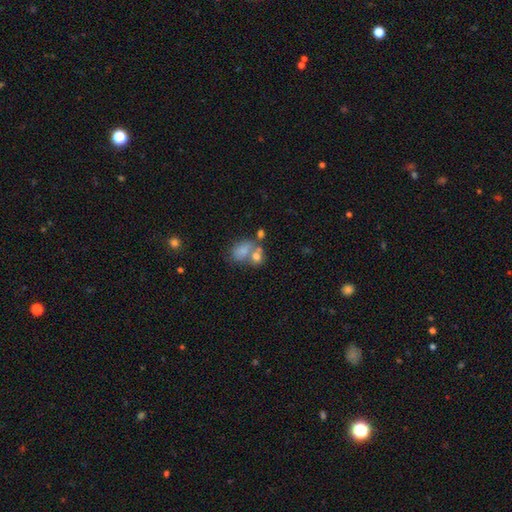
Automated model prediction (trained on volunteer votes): smooth_or_featured: smooth (p=0.70) [alt: featured or disk p=0.18]
how_rounded: in between (p=0.63) [alt: round p=0.36]
merging: merger (p=0.51) [alt: none p=0.31]